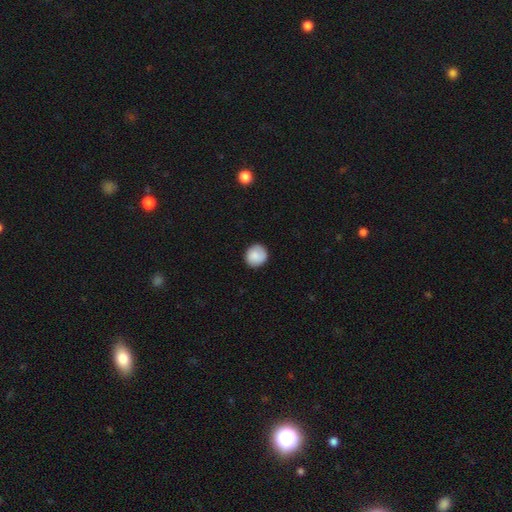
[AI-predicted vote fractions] Smooth or featured: smooth — 87% (star or artifact — 7%)
How rounded: round — 88% (in between — 11%)
Merging: none — 88% (minor disturbance — 9%)